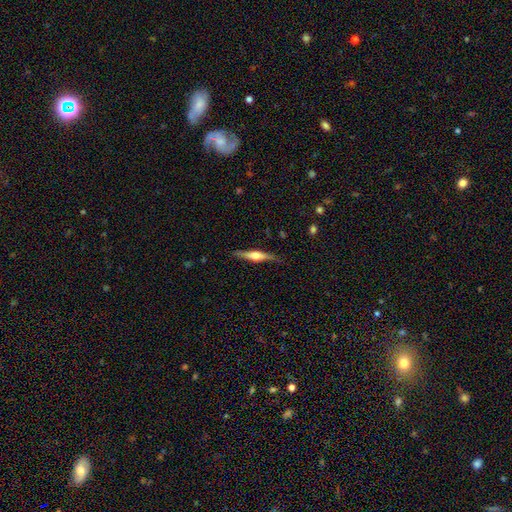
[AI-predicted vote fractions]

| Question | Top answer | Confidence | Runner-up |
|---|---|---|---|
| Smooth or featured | featured or disk | 64% | smooth (30%) |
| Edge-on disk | yes | 96% | no (4%) |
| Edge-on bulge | rounded | 89% | boxy (8%) |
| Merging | none | 82% | minor disturbance (14%) |